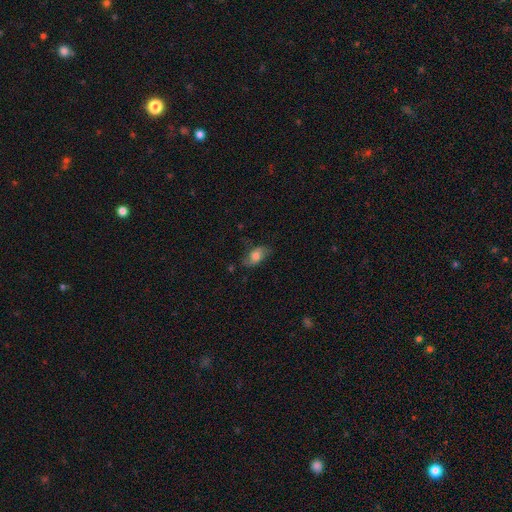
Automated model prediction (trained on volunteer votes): Morphology: type=smooth (67%); roundness=in between (87%); merging=none (67%).